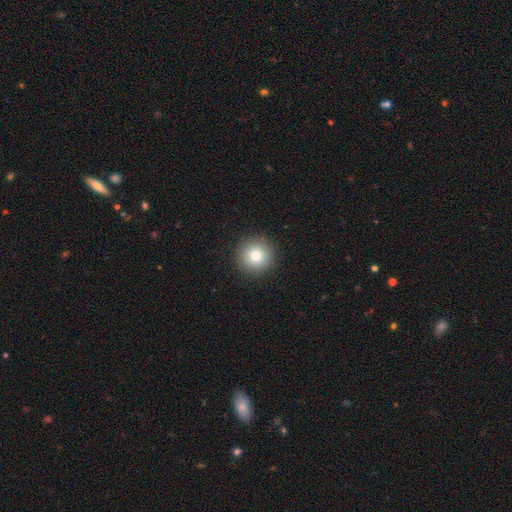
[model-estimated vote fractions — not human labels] smooth-or-featured: smooth: 81% | star or artifact: 10% | featured or disk: 9%
  how-rounded: round: 96% | in between: 4% | cigar-shaped: 1%
  merging: none: 92% | minor disturbance: 5% | major disturbance: 2% | merger: 1%